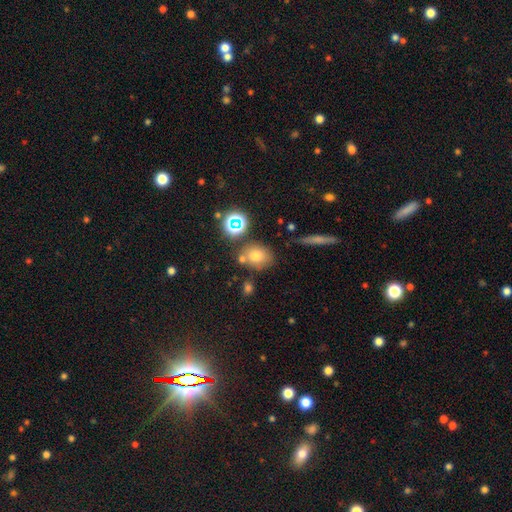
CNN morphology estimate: The model was most divided on "how rounded": round: 50%, in between: 48%, cigar-shaped: 2%. More confident: smooth or featured — smooth (71%); merging — none (68%).